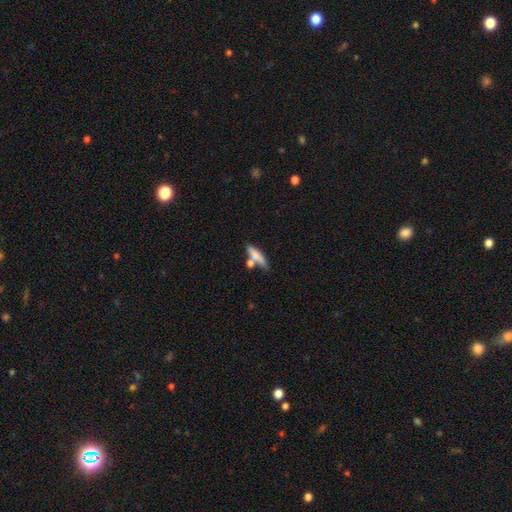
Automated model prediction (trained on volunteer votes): smooth-or-featured: smooth: 67% | featured or disk: 25% | star or artifact: 7%
  how-rounded: cigar-shaped: 68% | in between: 28% | round: 4%
  merging: none: 47% | merger: 29% | minor disturbance: 17% | major disturbance: 8%